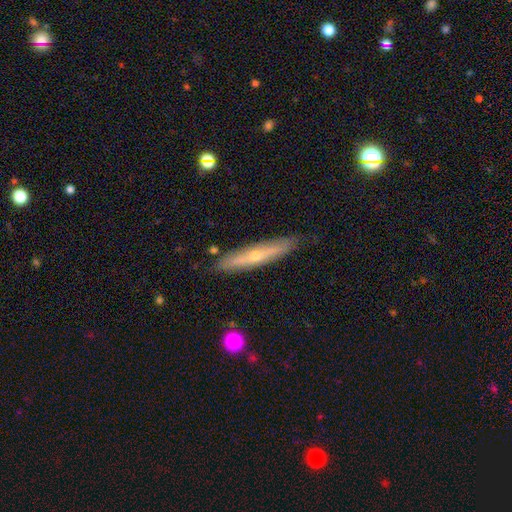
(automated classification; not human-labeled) smooth_or_featured: featured or disk (p=0.62) [alt: smooth p=0.32]
disk_edge_on: yes (p=0.85) [alt: no p=0.15]
edge_on_bulge: rounded (p=0.79) [alt: none p=0.18]
merging: none (p=0.85) [alt: minor disturbance p=0.11]